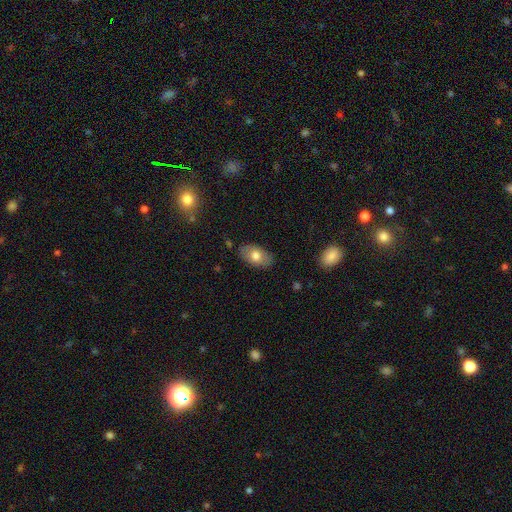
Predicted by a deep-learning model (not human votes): Q: Smooth or featured?
A: smooth (73%); runner-up: featured or disk (20%)
Q: How rounded?
A: in between (91%); runner-up: round (7%)
Q: Merging?
A: none (84%); runner-up: minor disturbance (12%)